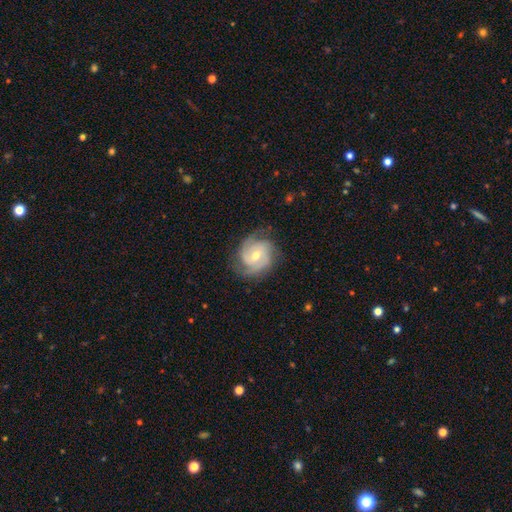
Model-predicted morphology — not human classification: Q: Smooth or featured?
A: featured or disk (84%); runner-up: smooth (10%)
Q: Edge-on disk?
A: no (98%); runner-up: yes (2%)
Q: Bar?
A: no (52%); runner-up: weak (38%)
Q: Spiral arms?
A: yes (96%); runner-up: no (4%)
Q: Spiral winding?
A: tight (54%); runner-up: medium (37%)
Q: Spiral arm count?
A: 2 (39%); runner-up: 3 (35%)
Q: Bulge size?
A: moderate (59%); runner-up: small (37%)
Q: Merging?
A: none (77%); runner-up: minor disturbance (16%)